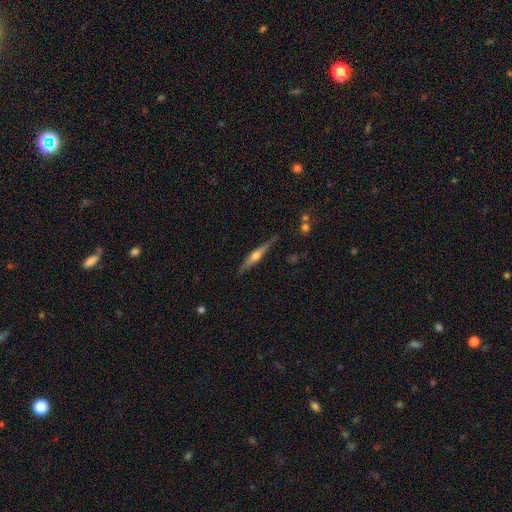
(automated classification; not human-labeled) A featured or disk galaxy (69%) viewed edge-on (97%) with a rounded central bulge (90%).

Vote fractions:
- Smooth or featured? featured or disk: 69% / smooth: 25% / star or artifact: 6%
- Edge-on disk? yes: 97% / no: 3%
- Edge-on bulge? rounded: 90% / boxy: 6% / none: 4%
- Merging? none: 85% / minor disturbance: 11% / major disturbance: 2% / merger: 2%